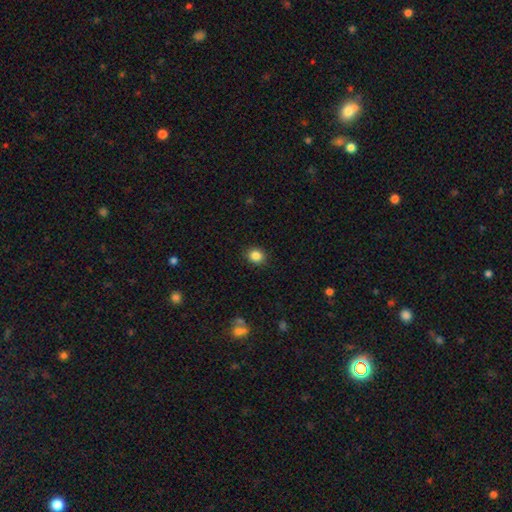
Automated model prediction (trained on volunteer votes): smooth_or_featured: smooth (p=0.85) [alt: star or artifact p=0.10]
how_rounded: round (p=0.74) [alt: in between p=0.25]
merging: none (p=0.90) [alt: minor disturbance p=0.07]